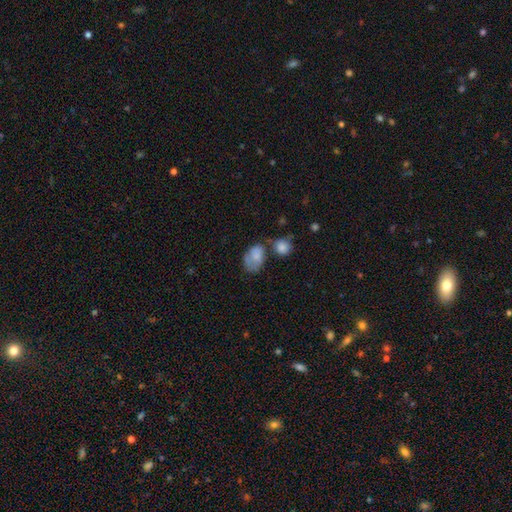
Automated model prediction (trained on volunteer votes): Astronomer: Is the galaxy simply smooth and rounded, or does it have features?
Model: smooth — 73%.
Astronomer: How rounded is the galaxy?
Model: in between — 80%.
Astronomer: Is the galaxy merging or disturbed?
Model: none — 32% (runner-up: minor disturbance, 27%).